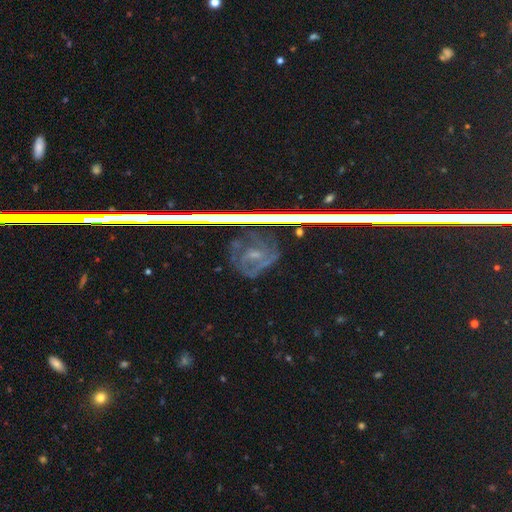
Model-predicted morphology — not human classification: Smooth or featured: featured or disk — 51% (star or artifact — 27%)
Edge-on disk: no — 78% (yes — 22%)
Merging: none — 74% (minor disturbance — 16%)